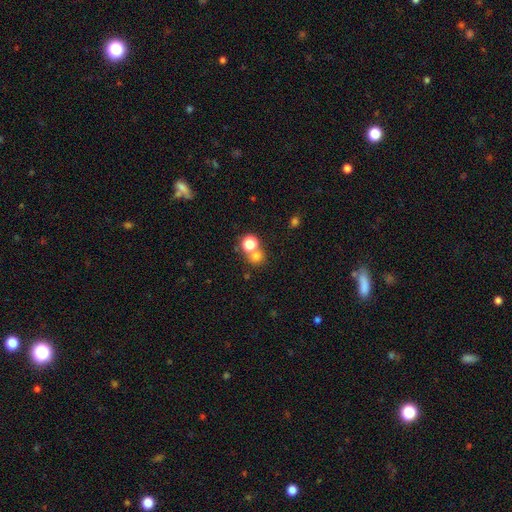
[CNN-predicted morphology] This is likely a smooth galaxy (72%). How rounded: clearly round (85%). Merging: possibly none (55%).